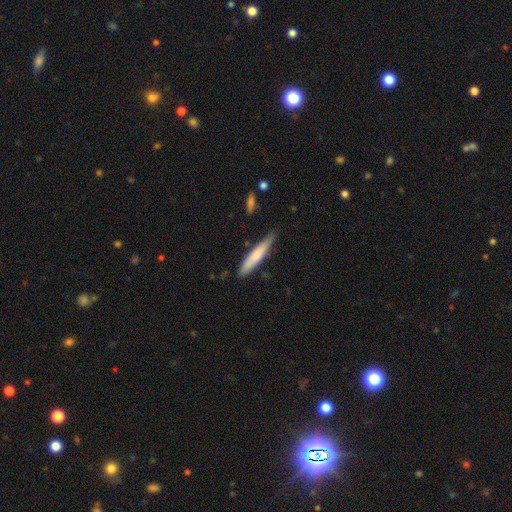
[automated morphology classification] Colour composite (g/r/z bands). It shows a smooth galaxy with no disk features (73%) that is cigar-shaped (90%). Merging: none (77%).